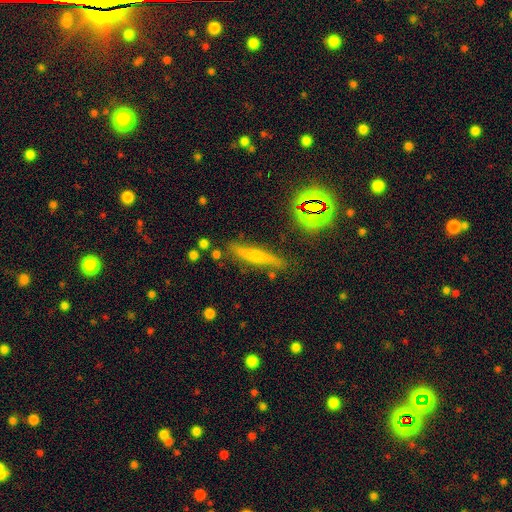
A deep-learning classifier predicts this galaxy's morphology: smooth_or_featured: featured or disk (p=0.52) [alt: smooth p=0.34]
disk_edge_on: yes (p=0.89) [alt: no p=0.11]
merging: none (p=0.81) [alt: minor disturbance p=0.13]